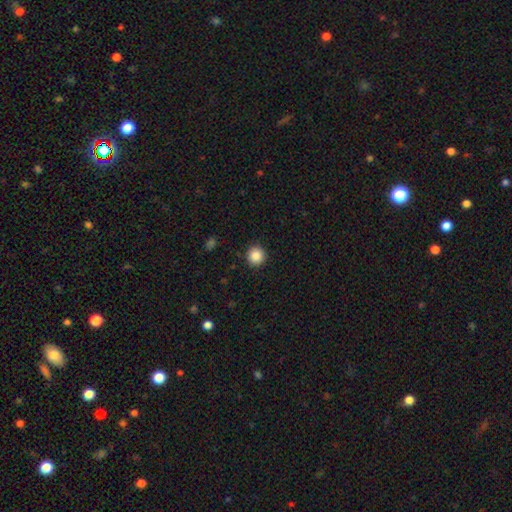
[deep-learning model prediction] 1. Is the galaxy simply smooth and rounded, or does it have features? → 86% smooth, 10% star or artifact, 4% featured or disk.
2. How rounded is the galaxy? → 95% round, 4% in between, 1% cigar-shaped.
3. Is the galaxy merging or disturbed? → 92% none, 5% minor disturbance, 2% major disturbance, 1% merger.